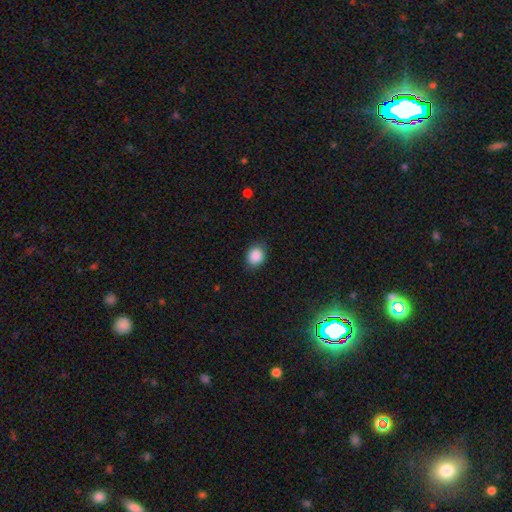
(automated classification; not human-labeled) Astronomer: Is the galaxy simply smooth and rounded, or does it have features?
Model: smooth — 88%.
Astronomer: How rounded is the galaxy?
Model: round — 58% (runner-up: in between, 41%).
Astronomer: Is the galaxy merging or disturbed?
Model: none — 83%.